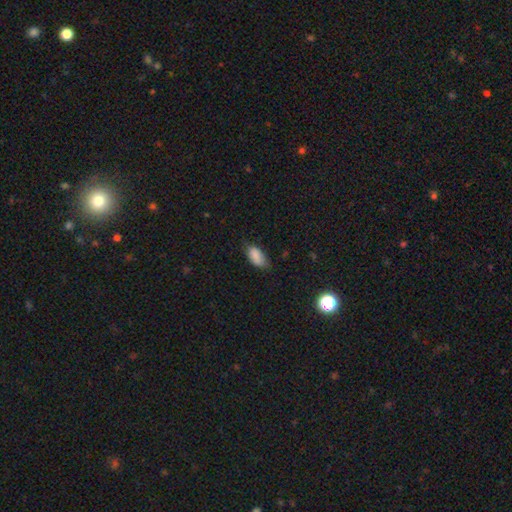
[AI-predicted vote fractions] smooth-or-featured: smooth: 86% | star or artifact: 8% | featured or disk: 6%
  how-rounded: in between: 92% | cigar-shaped: 5% | round: 3%
  merging: none: 60% | minor disturbance: 32% | major disturbance: 7% | merger: 1%